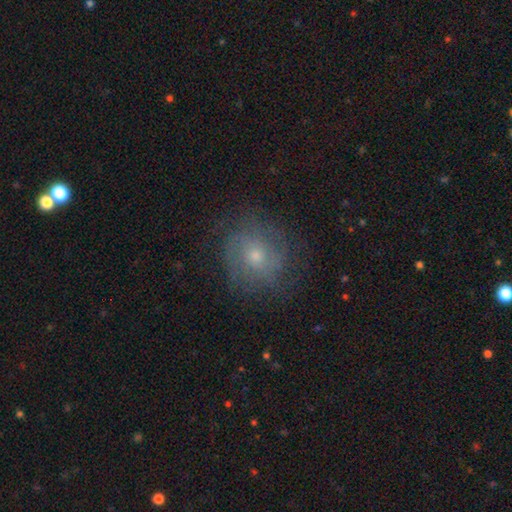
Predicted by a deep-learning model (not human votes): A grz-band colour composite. It shows a featured or disk galaxy (54%) with no bar (78%), spiral arms (78%) and a small central bulge (52%). Merging: none (73%).